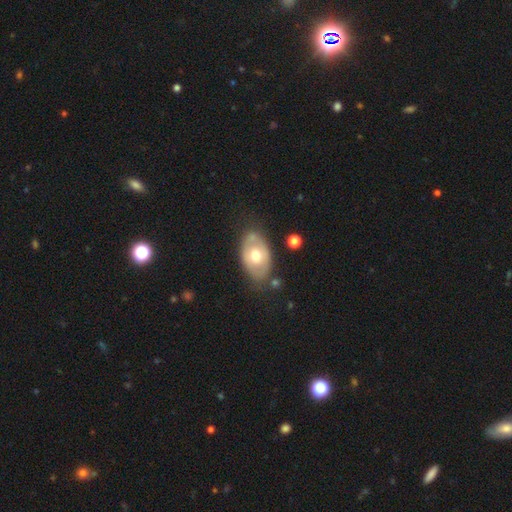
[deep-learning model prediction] Smooth or featured? Predicted: smooth (p=0.51). How rounded? Predicted: in between (p=0.87). Merging? Predicted: none (p=0.68).